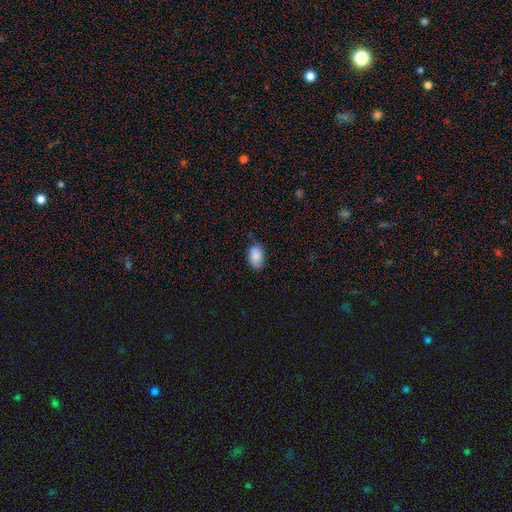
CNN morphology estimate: Q: Smooth or featured?
A: smooth (84%); runner-up: featured or disk (8%)
Q: How rounded?
A: in between (89%); runner-up: round (10%)
Q: Merging?
A: none (68%); runner-up: minor disturbance (25%)